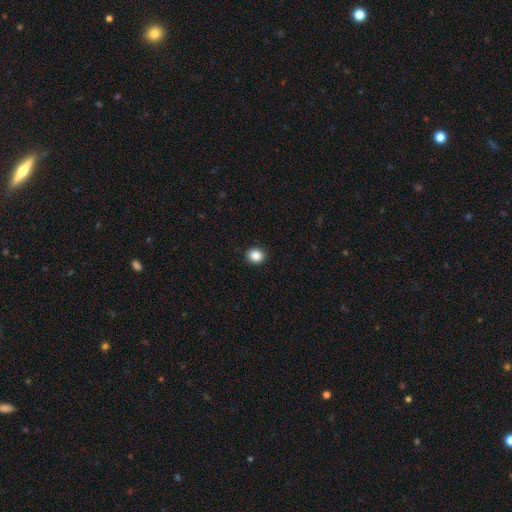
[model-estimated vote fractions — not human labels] Smooth or featured?
  - smooth: 86% *
  - star or artifact: 10%
  - featured or disk: 3%
How rounded?
  - round: 80% *
  - in between: 19%
  - cigar-shaped: 1%
Merging?
  - none: 92% *
  - minor disturbance: 5%
  - major disturbance: 2%
  - merger: 1%